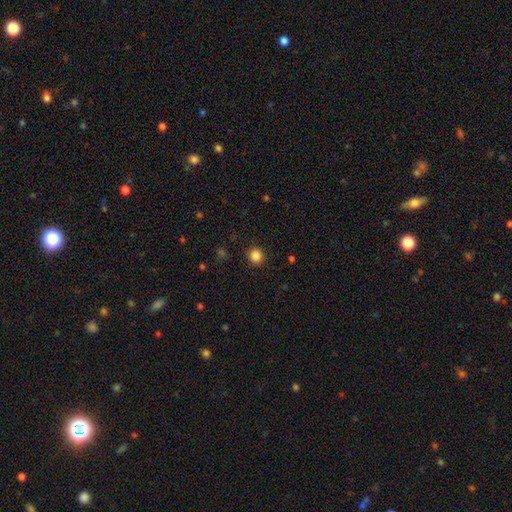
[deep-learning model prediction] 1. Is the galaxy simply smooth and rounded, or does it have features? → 85% smooth, 12% star or artifact, 4% featured or disk.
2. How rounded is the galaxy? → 90% round, 9% in between, 1% cigar-shaped.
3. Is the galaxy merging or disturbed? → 92% none, 5% minor disturbance, 2% major disturbance, 1% merger.